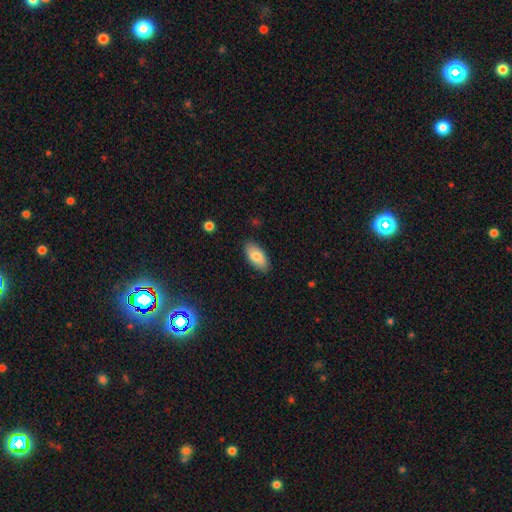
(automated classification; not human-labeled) The model was most divided on "smooth or featured": smooth: 78%, featured or disk: 15%, star or artifact: 6%. More confident: how rounded — in between (92%); merging — none (86%).